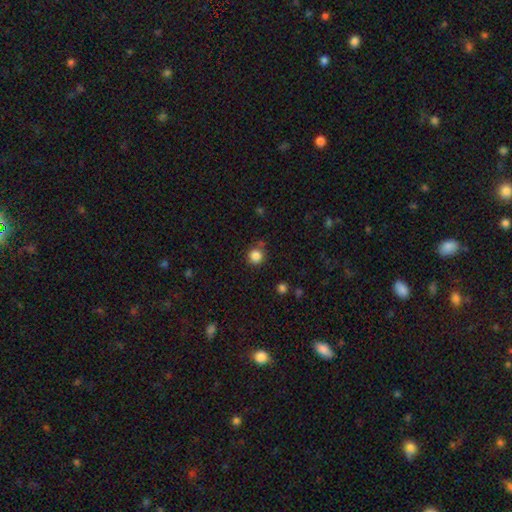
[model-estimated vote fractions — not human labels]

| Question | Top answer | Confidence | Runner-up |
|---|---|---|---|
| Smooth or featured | smooth | 84% | star or artifact (12%) |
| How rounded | round | 94% | in between (5%) |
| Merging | none | 82% | minor disturbance (10%) |